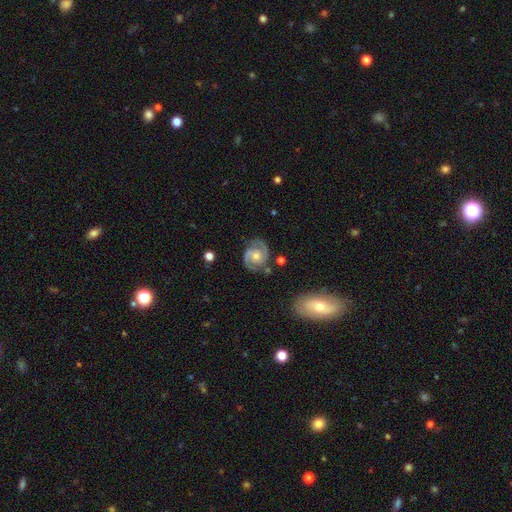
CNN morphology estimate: Smooth or featured?
  - featured or disk: 88% *
  - smooth: 7%
  - star or artifact: 5%
Edge-on disk?
  - no: 98% *
  - yes: 2%
Bar?
  - no: 65% *
  - weak: 28%
  - strong: 7%
Spiral arms?
  - yes: 98% *
  - no: 2%
Spiral winding?
  - tight: 47% *
  - medium: 45%
  - loose: 7%
Spiral arm count?
  - 2: 93% *
  - can't tell: 2%
  - 3: 2%
  - 1: 1%
  - 4: 1%
  - more than 4: 1%
Bulge size?
  - moderate: 55% *
  - small: 35%
  - none: 5%
  - large: 5%
  - dominant: 1%
Merging?
  - none: 80% *
  - minor disturbance: 13%
  - major disturbance: 4%
  - merger: 3%